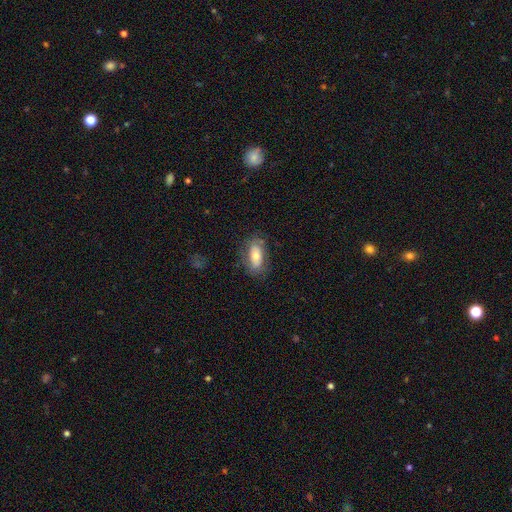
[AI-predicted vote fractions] A smooth galaxy with no disk features (61%) that is in between round and cigar-shaped (86%).

Vote fractions:
- Smooth or featured? smooth: 61% / featured or disk: 30% / star or artifact: 8%
- How rounded? in between: 86% / cigar-shaped: 9% / round: 5%
- Merging? none: 75% / minor disturbance: 17% / major disturbance: 7% / merger: 1%